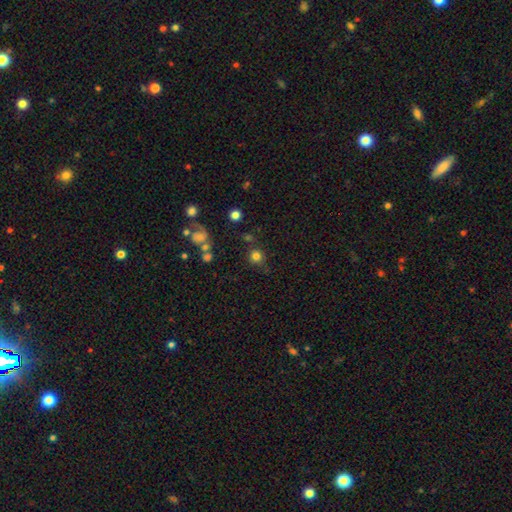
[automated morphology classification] Q: Smooth or featured?
A: smooth (78%); runner-up: star or artifact (14%)
Q: How rounded?
A: round (91%); runner-up: in between (8%)
Q: Merging?
A: none (78%); runner-up: minor disturbance (11%)